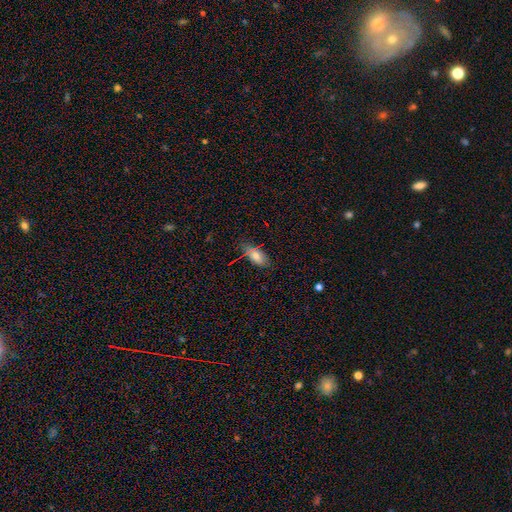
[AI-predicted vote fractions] Q: Smooth or featured?
A: smooth (72%); runner-up: star or artifact (15%)
Q: How rounded?
A: in between (87%); runner-up: cigar-shaped (9%)
Q: Merging?
A: none (72%); runner-up: minor disturbance (21%)